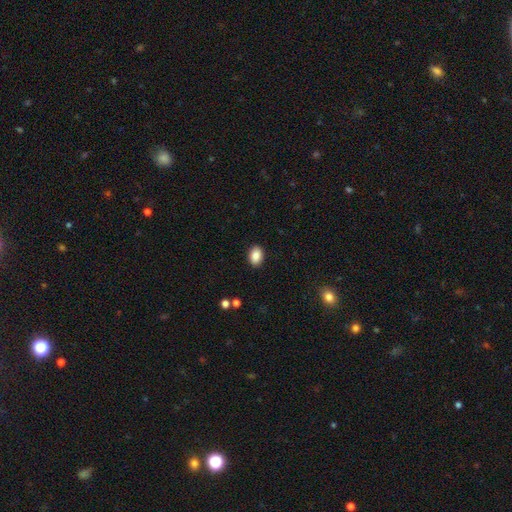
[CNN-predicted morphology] The model was most divided on "how rounded": in between: 80%, round: 19%, cigar-shaped: 1%. More confident: merging — none (90%); smooth or featured — smooth (88%).